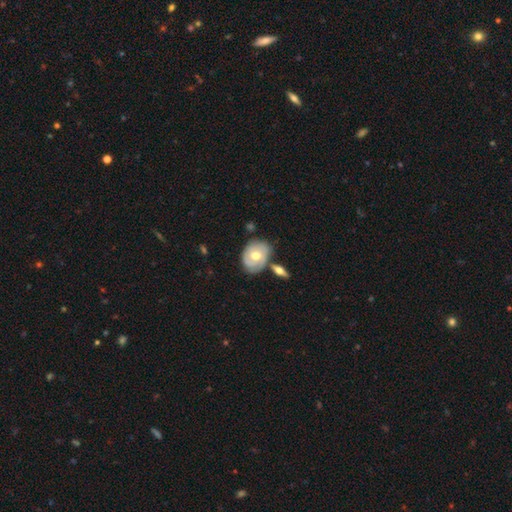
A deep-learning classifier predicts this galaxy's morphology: Smooth or featured?
  - featured or disk: 60% *
  - smooth: 34%
  - star or artifact: 6%
Edge-on disk?
  - no: 93% *
  - yes: 7%
Bar?
  - no: 74% *
  - weak: 22%
  - strong: 4%
Spiral arms?
  - yes: 70% *
  - no: 30%
Bulge size?
  - moderate: 78% *
  - small: 12%
  - large: 8%
  - dominant: 1%
  - none: 1%
Merging?
  - none: 61% *
  - minor disturbance: 20%
  - merger: 13%
  - major disturbance: 6%